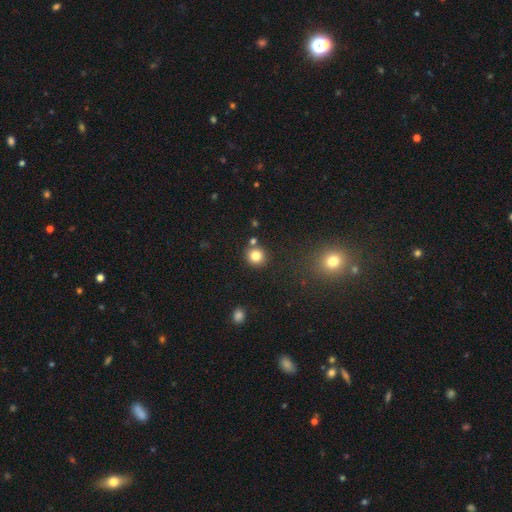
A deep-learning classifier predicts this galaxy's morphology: A smooth galaxy with no disk features (81%) that is round (91%).

Vote fractions:
- Smooth or featured? smooth: 81% / star or artifact: 12% / featured or disk: 7%
- How rounded? round: 91% / in between: 9% / cigar-shaped: 1%
- Merging? none: 80% / merger: 10% / minor disturbance: 8% / major disturbance: 3%